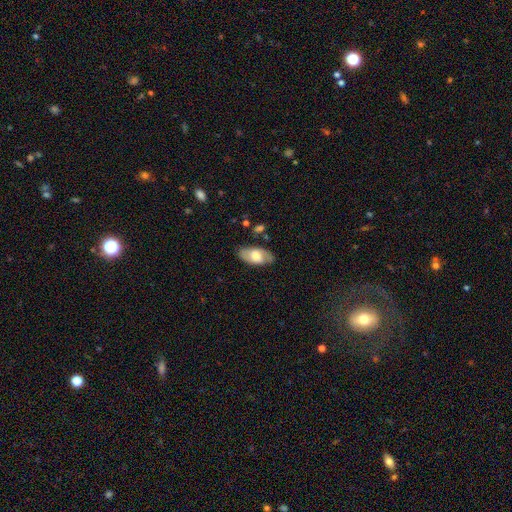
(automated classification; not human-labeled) Smooth or featured? smooth (56%)
How rounded? in between (92%)
Merging? none (78%)